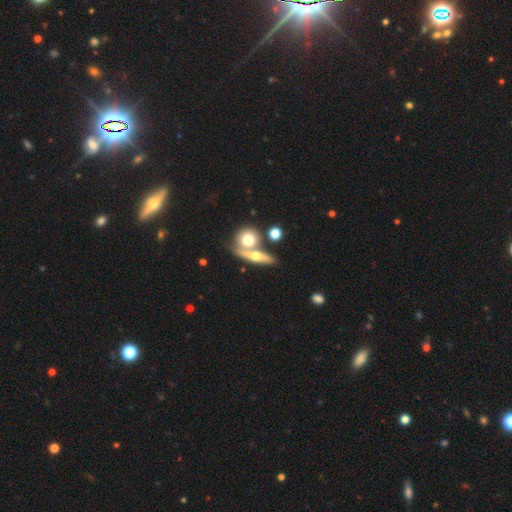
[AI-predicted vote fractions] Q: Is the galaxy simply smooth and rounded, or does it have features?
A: featured or disk — 47%.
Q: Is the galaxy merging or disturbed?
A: none — 51%.